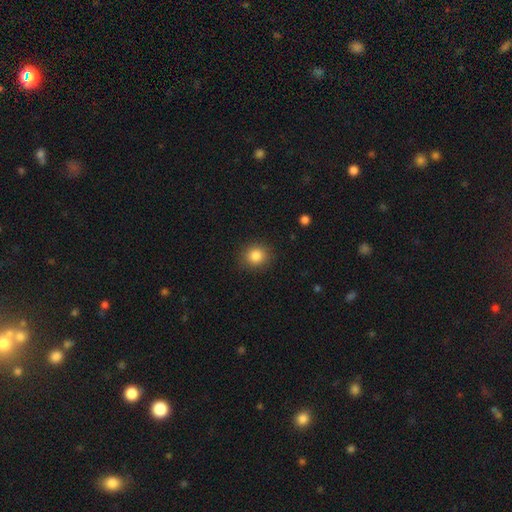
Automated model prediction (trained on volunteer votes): The model was most divided on "how rounded": round: 84%, in between: 15%, cigar-shaped: 1%. More confident: merging — none (89%); smooth or featured — smooth (84%).